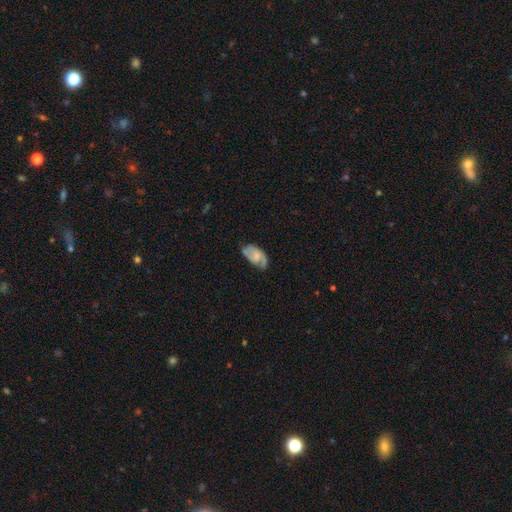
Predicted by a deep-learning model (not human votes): Smooth or featured? featured or disk (57%)
Edge-on disk? no (95%)
Bar? no (55%)
Spiral arms? yes (85%)
Bulge size? small (42%)
Merging? none (57%)